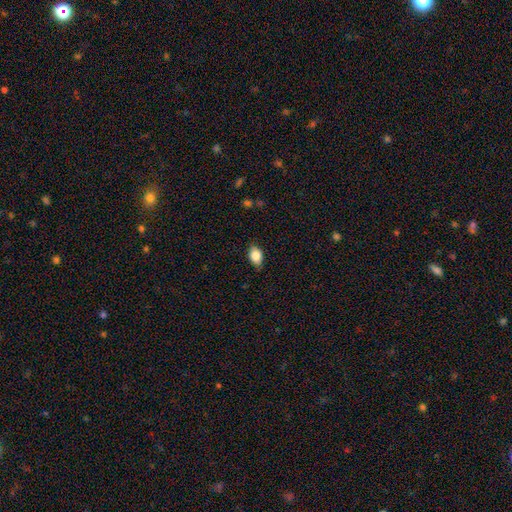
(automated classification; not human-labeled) This appears to be a smooth galaxy with no disk features (81%) that is in between round and cigar-shaped (84%). Merging: none (82%).